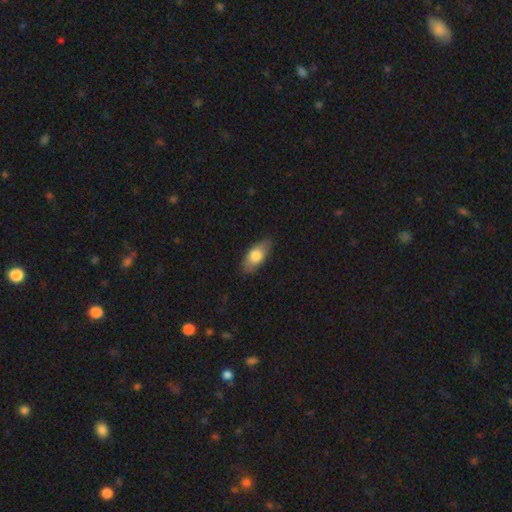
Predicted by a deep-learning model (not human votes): Smooth or featured: smooth — 76% (featured or disk — 18%)
How rounded: in between — 87% (cigar-shaped — 9%)
Merging: none — 83% (minor disturbance — 13%)